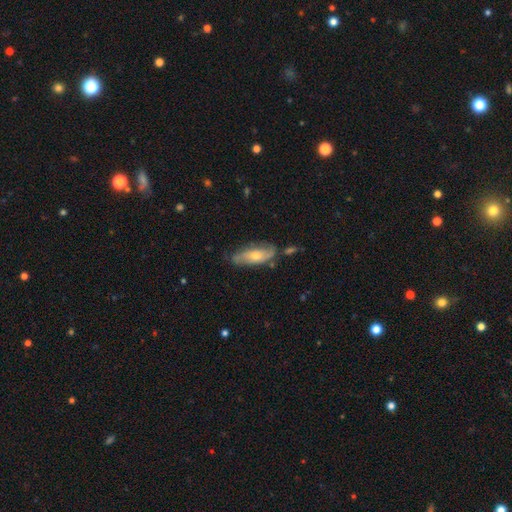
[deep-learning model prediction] Smooth or featured?
  - featured or disk: 54% *
  - smooth: 39%
  - star or artifact: 7%
Edge-on disk?
  - no: 78% *
  - yes: 22%
Merging?
  - none: 63% *
  - minor disturbance: 25%
  - major disturbance: 7%
  - merger: 5%